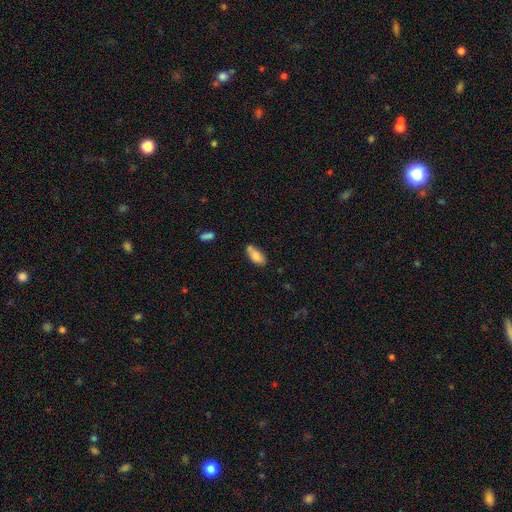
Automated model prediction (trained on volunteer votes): smooth_or_featured: smooth (p=0.80) [alt: featured or disk p=0.13]
how_rounded: in between (p=0.87) [alt: cigar-shaped p=0.11]
merging: none (p=0.69) [alt: minor disturbance p=0.22]